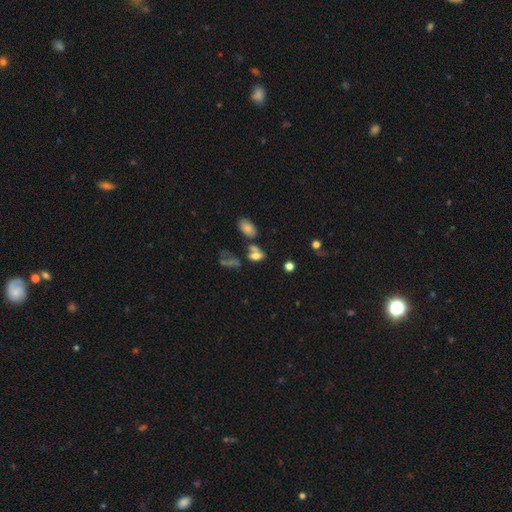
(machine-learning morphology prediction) The model was most divided on "merging": none: 41%, merger: 31%, minor disturbance: 16%, major disturbance: 11%. More confident: how rounded — in between (82%); smooth or featured — smooth (66%).